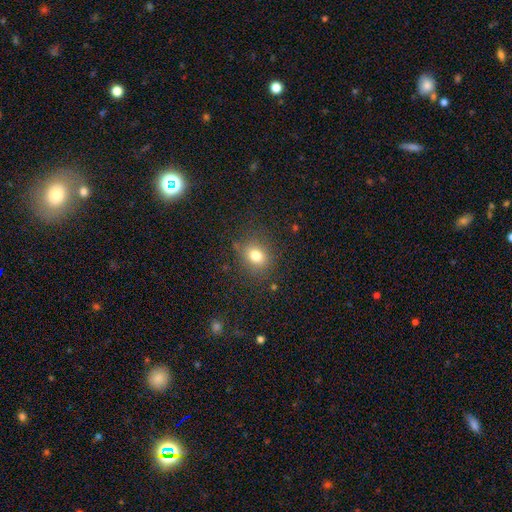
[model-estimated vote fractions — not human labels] Smooth or featured?
  - smooth: 77% *
  - star or artifact: 14%
  - featured or disk: 8%
How rounded?
  - round: 65% *
  - in between: 34%
  - cigar-shaped: 1%
Merging?
  - none: 82% *
  - minor disturbance: 12%
  - major disturbance: 4%
  - merger: 2%